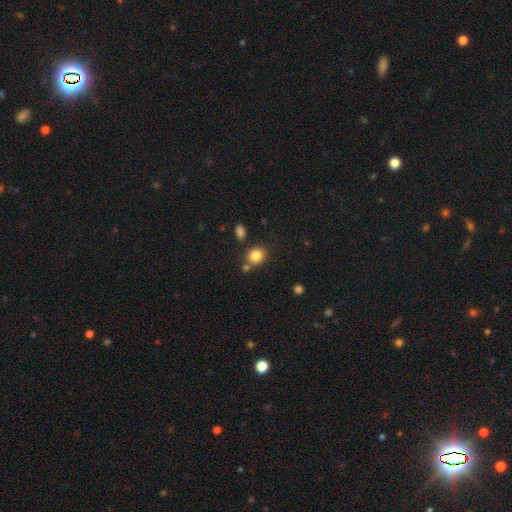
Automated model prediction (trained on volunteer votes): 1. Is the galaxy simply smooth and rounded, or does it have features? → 84% smooth, 10% star or artifact, 6% featured or disk.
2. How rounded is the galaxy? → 68% round, 31% in between, 1% cigar-shaped.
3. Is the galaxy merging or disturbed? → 74% none, 12% merger, 11% minor disturbance, 3% major disturbance.